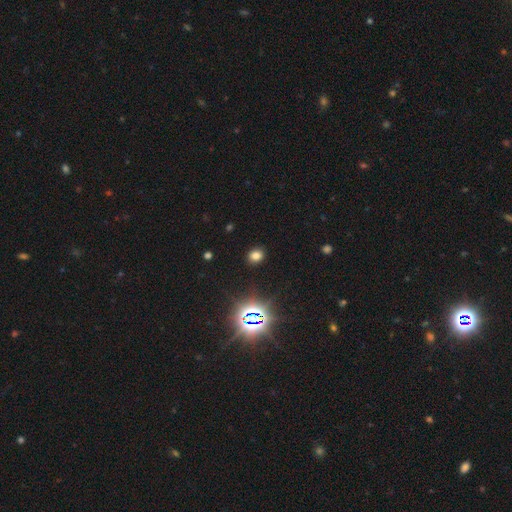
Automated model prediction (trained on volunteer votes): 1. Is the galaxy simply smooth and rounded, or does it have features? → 71% smooth, 23% star or artifact, 6% featured or disk.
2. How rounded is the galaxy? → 55% round, 44% in between, 1% cigar-shaped.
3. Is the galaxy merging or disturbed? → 88% none, 8% minor disturbance, 3% major disturbance, 1% merger.